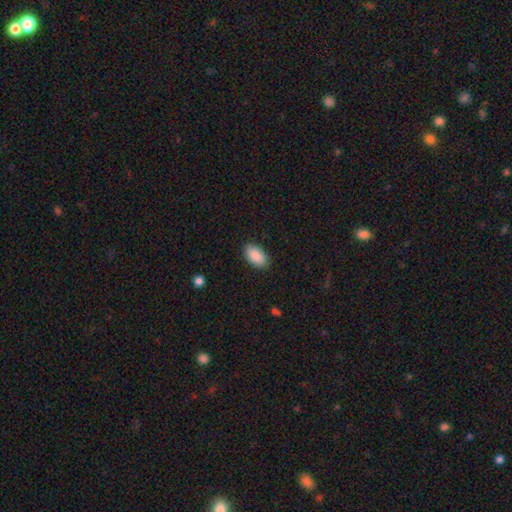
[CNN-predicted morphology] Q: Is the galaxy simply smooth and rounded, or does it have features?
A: smooth — 90%.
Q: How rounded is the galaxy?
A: in between — 95%.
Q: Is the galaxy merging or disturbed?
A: none — 89%.